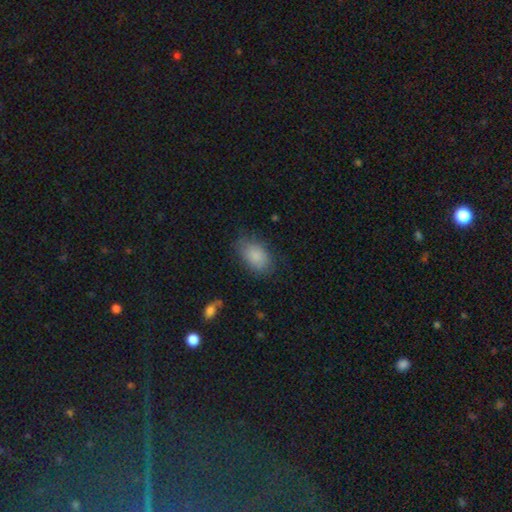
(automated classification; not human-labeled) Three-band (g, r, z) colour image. It shows a smooth galaxy with no disk features (86%) that is in between round and cigar-shaped (89%). Merging: none (73%).